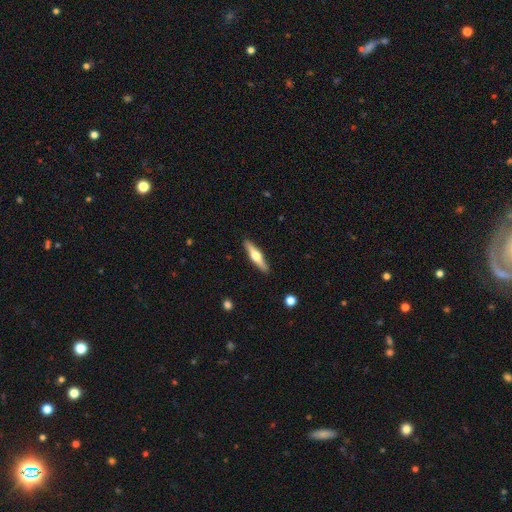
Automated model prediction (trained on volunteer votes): Q: Smooth or featured?
A: featured or disk (54%); runner-up: smooth (41%)
Q: Edge-on disk?
A: yes (95%); runner-up: no (5%)
Q: Edge-on bulge?
A: rounded (92%); runner-up: boxy (5%)
Q: Merging?
A: none (90%); runner-up: minor disturbance (7%)